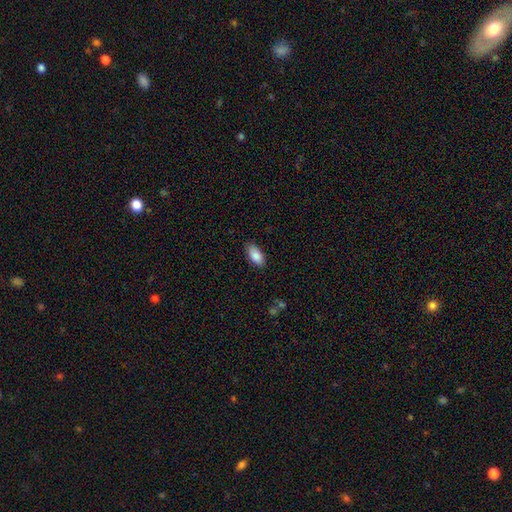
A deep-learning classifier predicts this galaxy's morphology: Overall: smooth (86%). How rounded: in between (92%). Merging: none (86%).